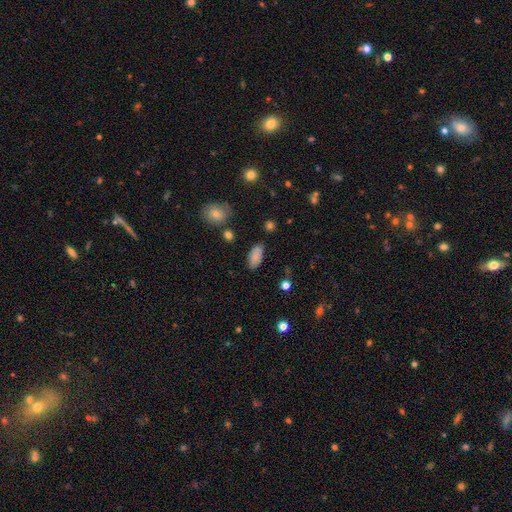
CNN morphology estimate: This is likely a smooth galaxy (80%). How rounded: clearly in between (92%). Merging: likely none (80%).